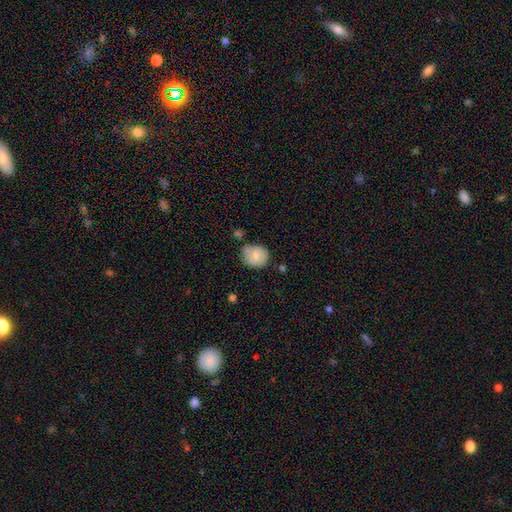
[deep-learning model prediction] This appears to be a smooth galaxy with no disk features (76%) that is round (72%). Merging: none (58%).